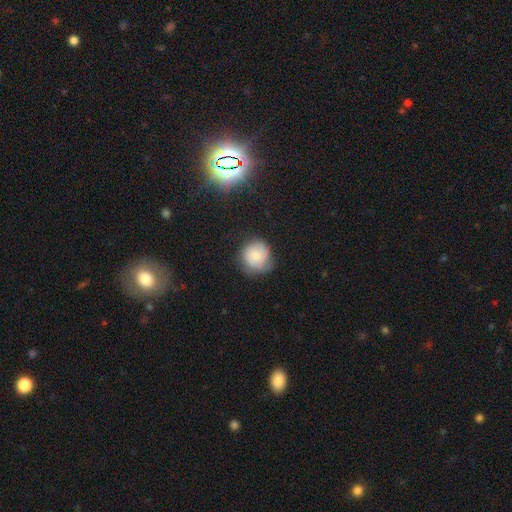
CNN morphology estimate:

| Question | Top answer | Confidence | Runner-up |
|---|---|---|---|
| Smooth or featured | smooth | 66% | featured or disk (25%) |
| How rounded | round | 90% | in between (9%) |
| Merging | none | 67% | minor disturbance (25%) |